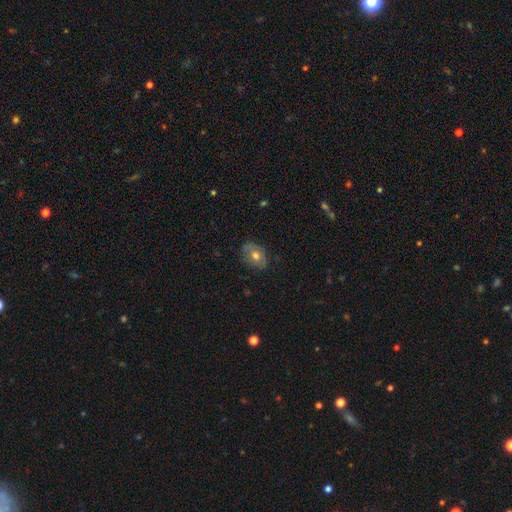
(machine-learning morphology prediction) Smooth or featured? smooth (58%)
How rounded? in between (74%)
Merging? none (78%)